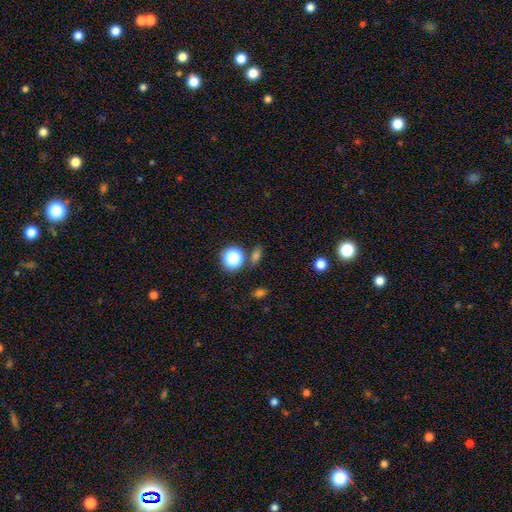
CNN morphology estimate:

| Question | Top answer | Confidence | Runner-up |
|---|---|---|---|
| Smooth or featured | smooth | 64% | star or artifact (27%) |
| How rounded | in between | 51% | round (41%) |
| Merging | none | 77% | minor disturbance (11%) |